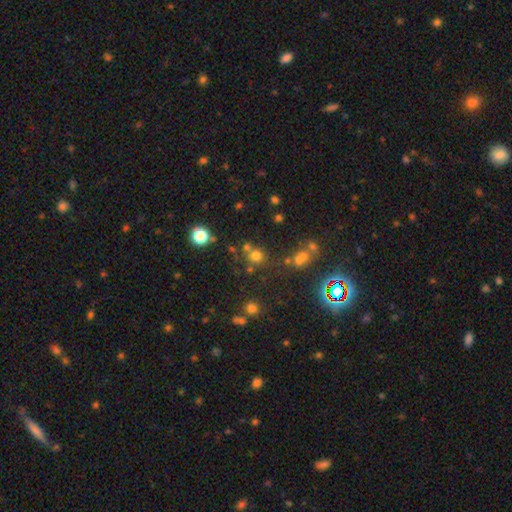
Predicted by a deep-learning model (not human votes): A smooth galaxy with no disk features (69%) that is round (87%).

Vote fractions:
- Smooth or featured? smooth: 69% / star or artifact: 23% / featured or disk: 8%
- How rounded? round: 87% / in between: 12% / cigar-shaped: 1%
- Merging? none: 65% / merger: 21% / minor disturbance: 9% / major disturbance: 5%